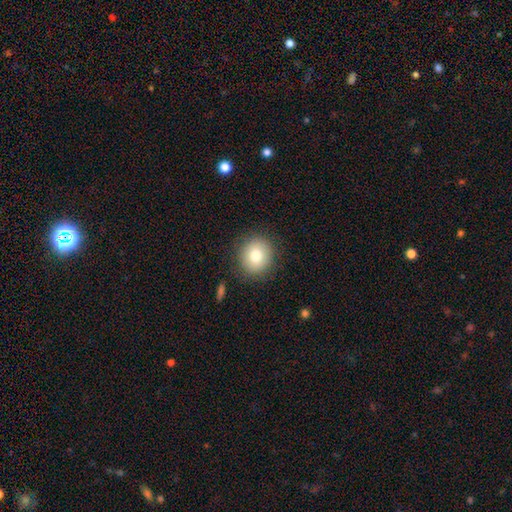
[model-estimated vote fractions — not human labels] smooth 78%, featured or disk 13%, star or artifact 10%. Down the decision tree: how rounded — round (86%); merging — none (87%).